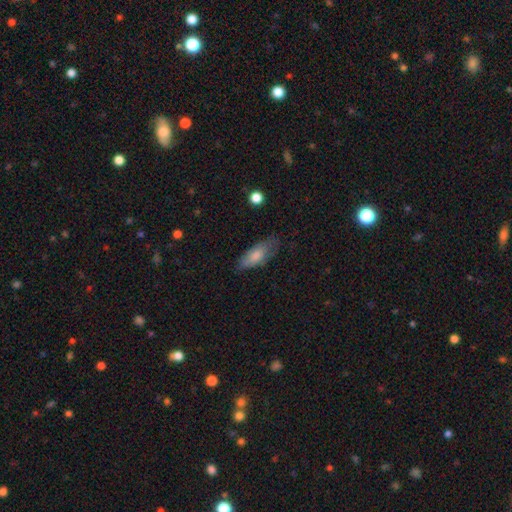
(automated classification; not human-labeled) Smooth or featured?
  - smooth: 75% *
  - featured or disk: 19%
  - star or artifact: 6%
How rounded?
  - in between: 75% *
  - cigar-shaped: 23%
  - round: 2%
Merging?
  - none: 58% *
  - minor disturbance: 30%
  - major disturbance: 10%
  - merger: 2%